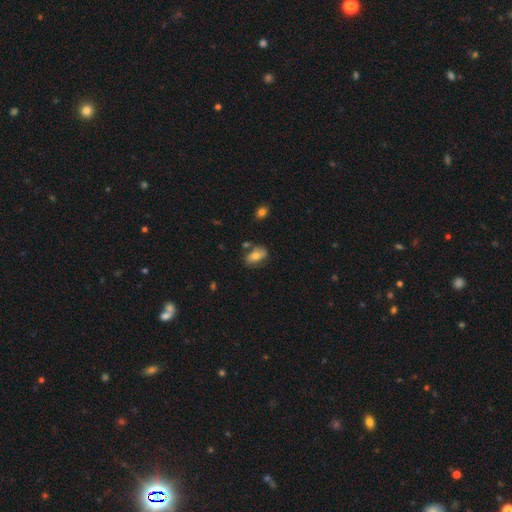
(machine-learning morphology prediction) Smooth or featured? smooth (62%)
How rounded? in between (88%)
Merging? none (69%)